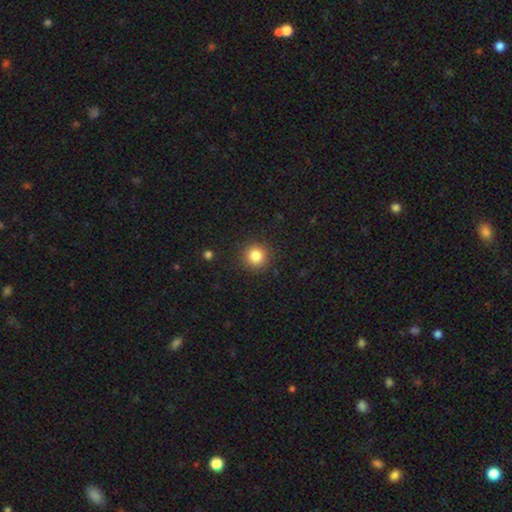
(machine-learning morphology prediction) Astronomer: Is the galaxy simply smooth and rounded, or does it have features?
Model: smooth — 84%.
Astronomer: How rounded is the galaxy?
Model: round — 94%.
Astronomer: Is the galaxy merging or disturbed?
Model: none — 91%.